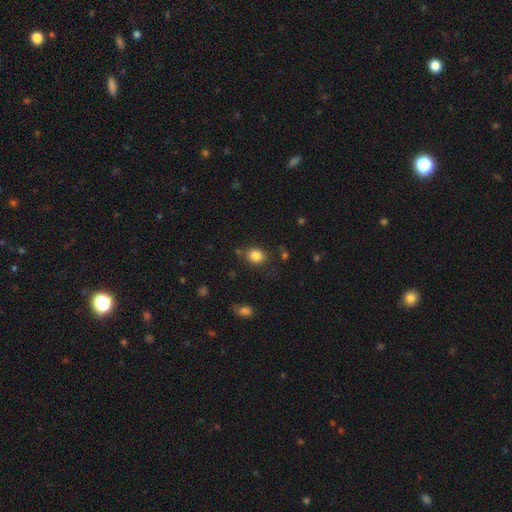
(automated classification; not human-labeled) Smooth or featured? smooth (83%)
How rounded? round (52%)
Merging? none (79%)